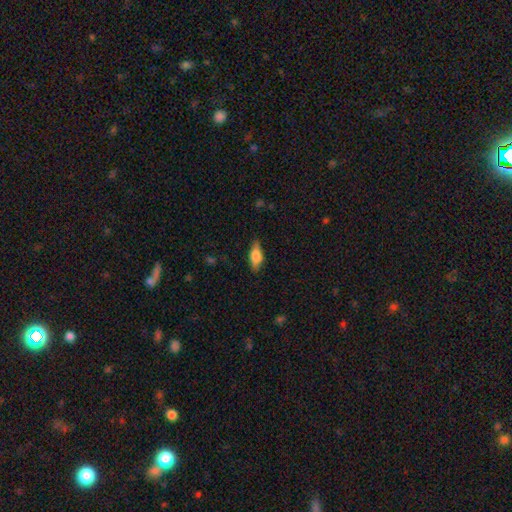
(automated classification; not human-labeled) Morphology: type=smooth (63%); roundness=in between (73%); merging=none (80%).